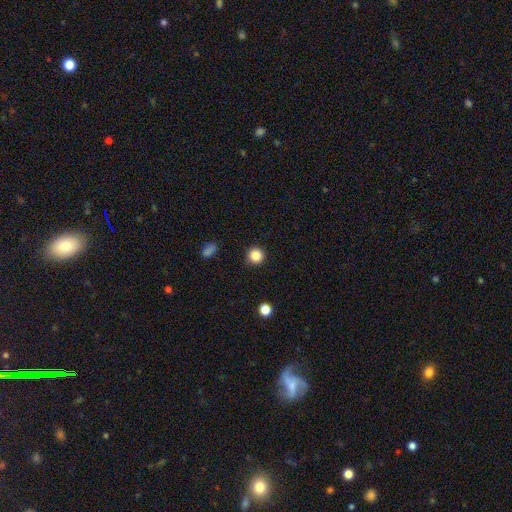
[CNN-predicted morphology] smooth 85%, star or artifact 11%, featured or disk 4%. Down the decision tree: how rounded — round (95%); merging — none (90%).